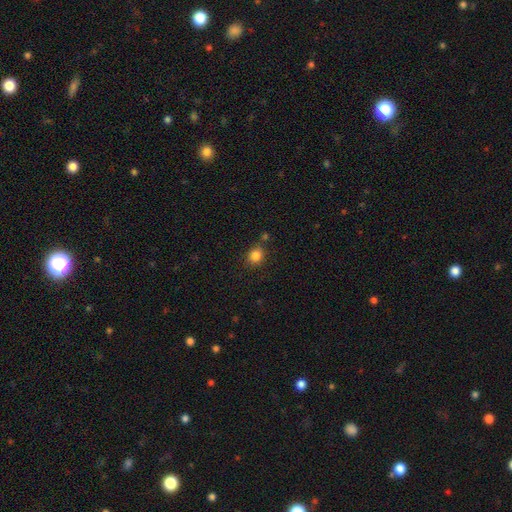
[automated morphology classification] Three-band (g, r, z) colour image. It shows a smooth galaxy with no disk features (84%) that is round (72%). Merging: none (78%).